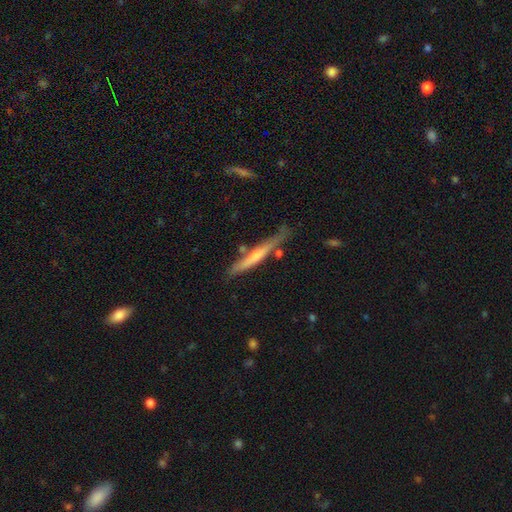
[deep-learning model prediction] Smooth or featured? Predicted: featured or disk (p=0.68). Edge-on disk? Predicted: yes (p=0.93). Edge-on bulge? Predicted: rounded (p=0.67). Merging? Predicted: none (p=0.73).